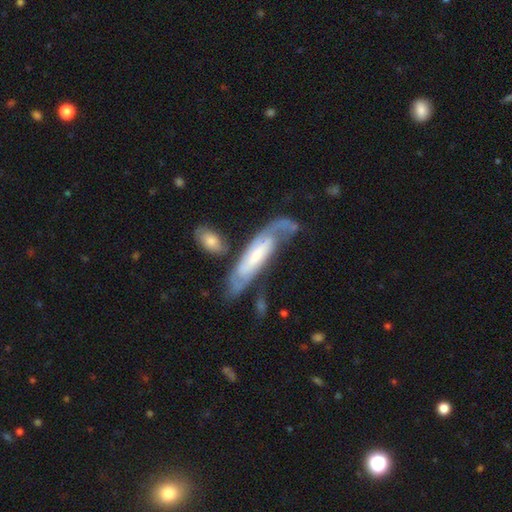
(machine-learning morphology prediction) Overall: featured or disk (76%). Edge-on disk: no (81%). Bar: no (40%; weak 37%). Spiral arms: yes (92%). Spiral arm count: 2 (59%; can't tell 23%). Spiral winding: tight (43%; medium 40%). Bulge size: small (42%; moderate 32%). Merging: none (53%; minor disturbance 20%).